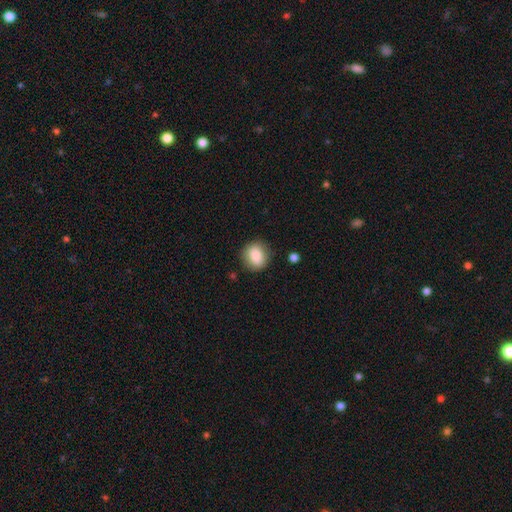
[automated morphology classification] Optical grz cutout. It shows a smooth galaxy with no disk features (85%) that is round (75%). Merging: none (85%).